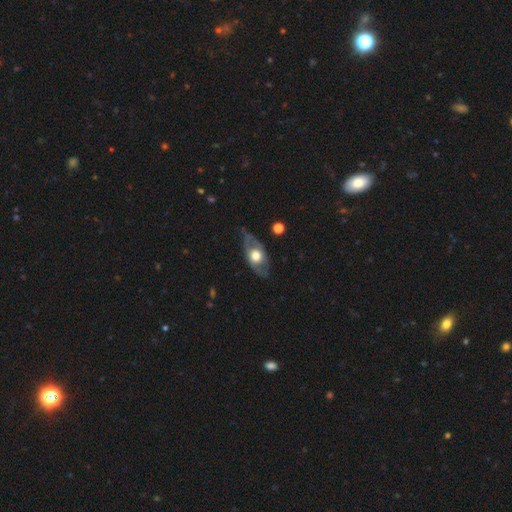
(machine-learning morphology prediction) Smooth or featured: featured or disk — 58% (smooth — 37%)
Edge-on disk: no — 74% (yes — 26%)
Merging: none — 68% (minor disturbance — 22%)